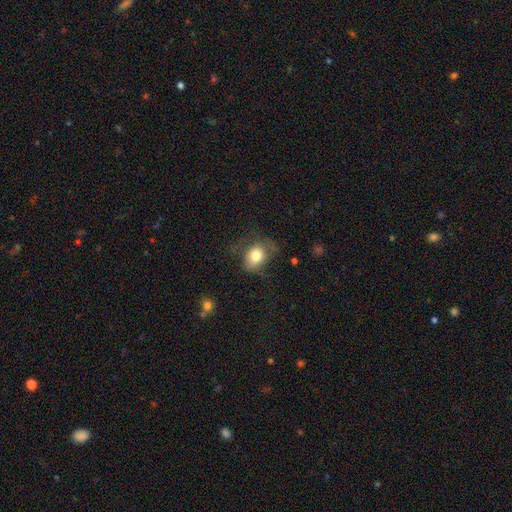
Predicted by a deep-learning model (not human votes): smooth_or_featured: smooth (p=0.78) [alt: featured or disk p=0.13]
how_rounded: in between (p=0.62) [alt: round p=0.37]
merging: none (p=0.52) [alt: minor disturbance p=0.28]